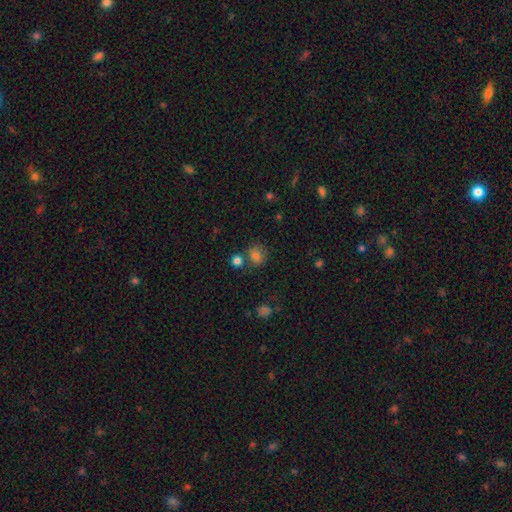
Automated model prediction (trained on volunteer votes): smooth-or-featured: smooth: 76% | star or artifact: 15% | featured or disk: 9%
  how-rounded: round: 65% | in between: 34% | cigar-shaped: 1%
  merging: none: 62% | minor disturbance: 16% | merger: 15% | major disturbance: 7%